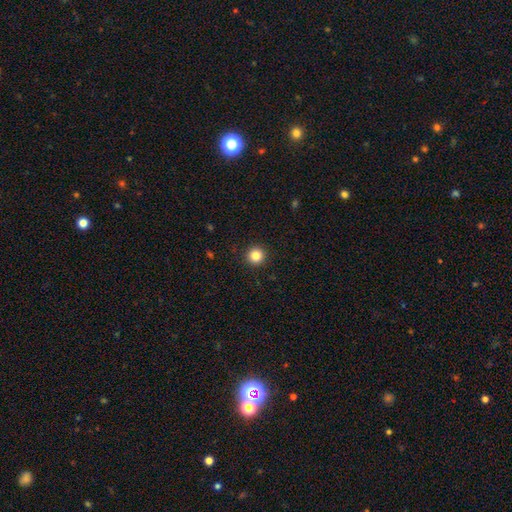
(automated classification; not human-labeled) smooth-or-featured: smooth: 84% | star or artifact: 11% | featured or disk: 5%
  how-rounded: round: 96% | in between: 3% | cigar-shaped: 1%
  merging: none: 93% | minor disturbance: 4% | major disturbance: 2% | merger: 1%